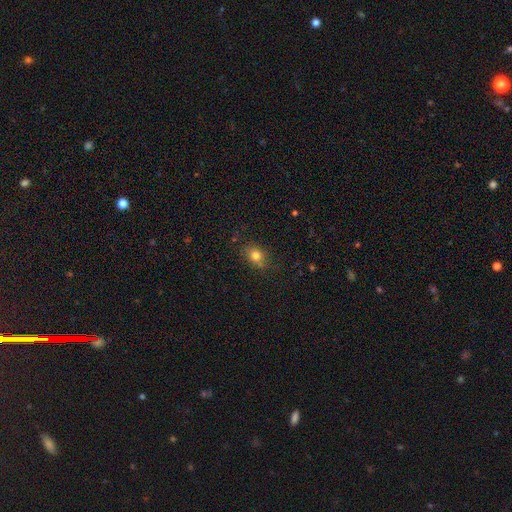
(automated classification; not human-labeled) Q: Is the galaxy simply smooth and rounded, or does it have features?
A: smooth — 77%.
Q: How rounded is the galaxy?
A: in between — 51%.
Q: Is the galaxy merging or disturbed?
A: none — 76%.